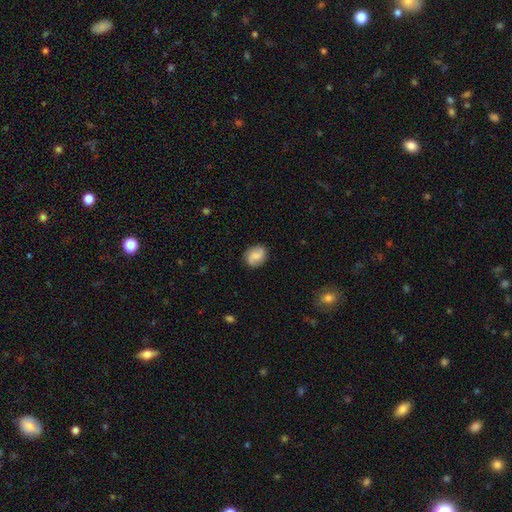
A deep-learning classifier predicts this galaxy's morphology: This appears to be a smooth galaxy with no disk features (61%) that is round (50%). Merging: none (81%).